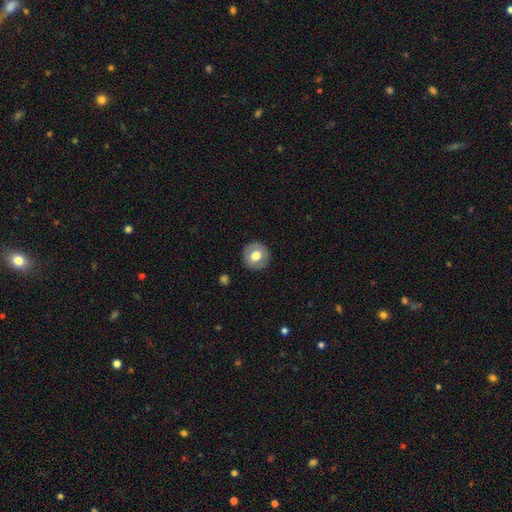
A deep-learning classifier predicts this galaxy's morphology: Smooth or featured? Predicted: smooth (p=0.63). How rounded? Predicted: round (p=0.93). Merging? Predicted: none (p=0.89).